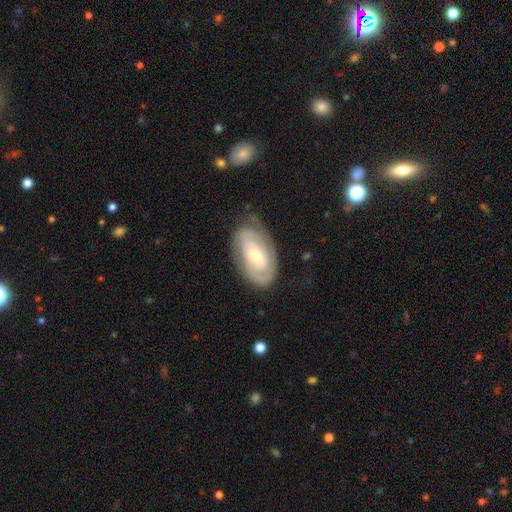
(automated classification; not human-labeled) A featured or disk galaxy (73%) with no bar (53%), 2 (47%) tight (67%) spiral arms (82%) and a small central bulge (53%).

Vote fractions:
- Smooth or featured? featured or disk: 73% / smooth: 22% / star or artifact: 6%
- Edge-on disk? no: 94% / yes: 6%
- Bar? no: 53% / weak: 35% / strong: 13%
- Spiral arms? yes: 82% / no: 18%
- Spiral winding? tight: 67% / medium: 25% / loose: 8%
- Spiral arm count? 2: 47% / can't tell: 36% / 3: 6% / 1: 6% / 4: 2% / more than 4: 2%
- Bulge size? small: 53% / moderate: 42% / large: 3% / none: 1% / dominant: 1%
- Merging? none: 69% / minor disturbance: 21% / major disturbance: 8% / merger: 2%